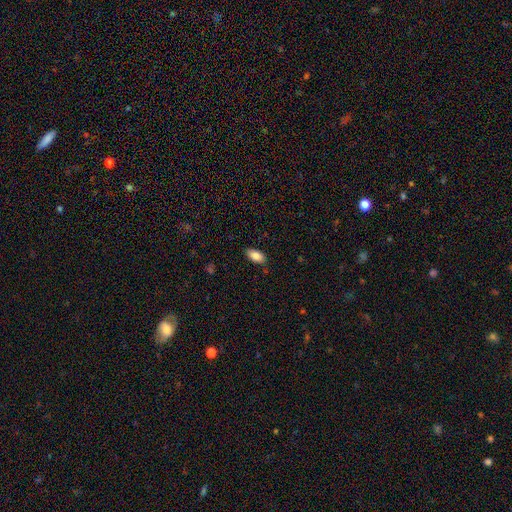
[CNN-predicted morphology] A smooth galaxy with no disk features (84%) that is in between round and cigar-shaped (92%).

Vote fractions:
- Smooth or featured? smooth: 84% / featured or disk: 9% / star or artifact: 7%
- How rounded? in between: 92% / cigar-shaped: 5% / round: 2%
- Merging? none: 88% / minor disturbance: 9% / major disturbance: 2% / merger: 1%